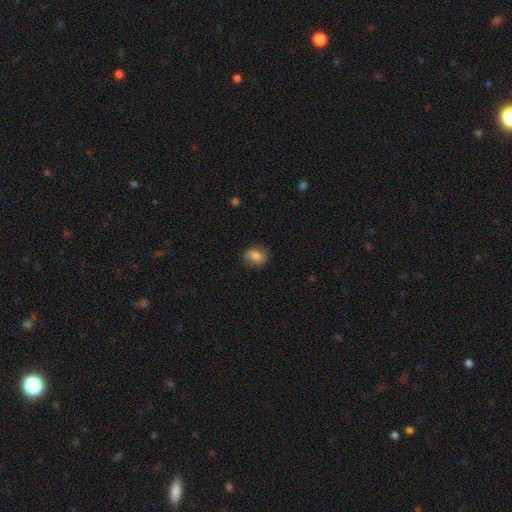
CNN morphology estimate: Smooth or featured? Predicted: smooth (p=0.72). How rounded? Predicted: in between (p=0.64). Merging? Predicted: none (p=0.76).